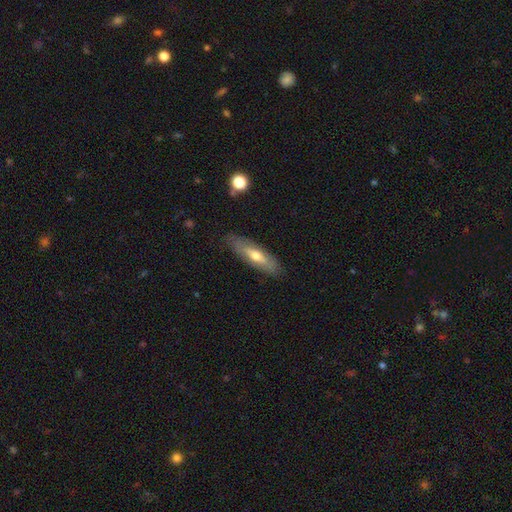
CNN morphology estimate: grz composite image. It shows a smooth galaxy with no disk features (49%). Merging: none (81%).